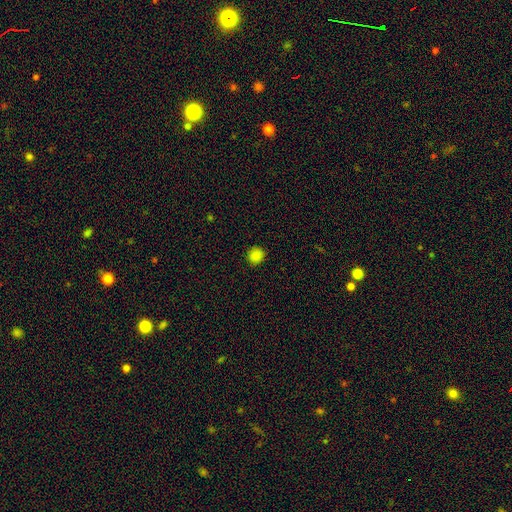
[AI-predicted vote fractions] smooth 85%, star or artifact 12%, featured or disk 3%. Down the decision tree: how rounded — round (89%); merging — none (90%).